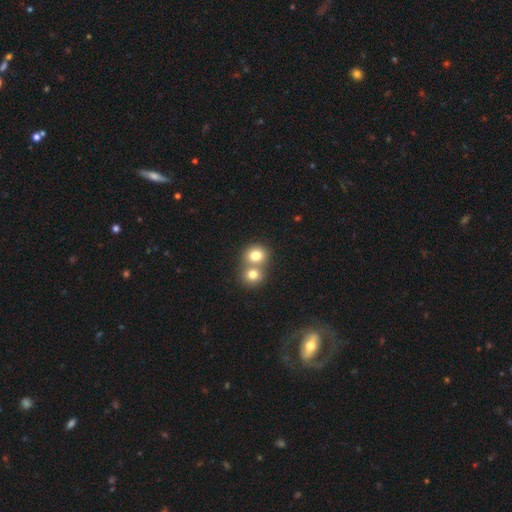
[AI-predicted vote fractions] Smooth or featured? smooth (77%)
How rounded? round (77%)
Merging? merger (57%)